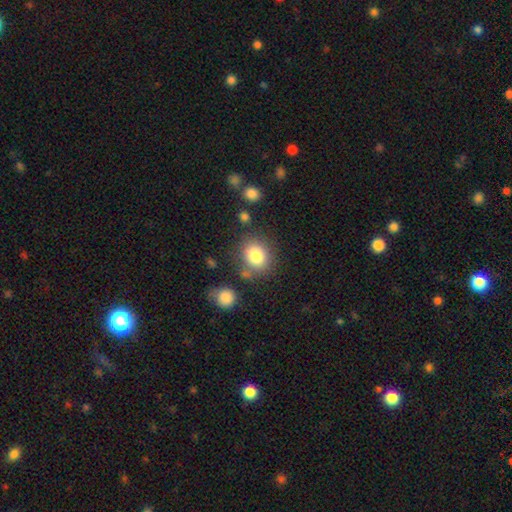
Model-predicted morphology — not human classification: smooth_or_featured: smooth (p=0.82) [alt: star or artifact p=0.10]
how_rounded: round (p=0.64) [alt: in between p=0.35]
merging: none (p=0.71) [alt: minor disturbance p=0.14]